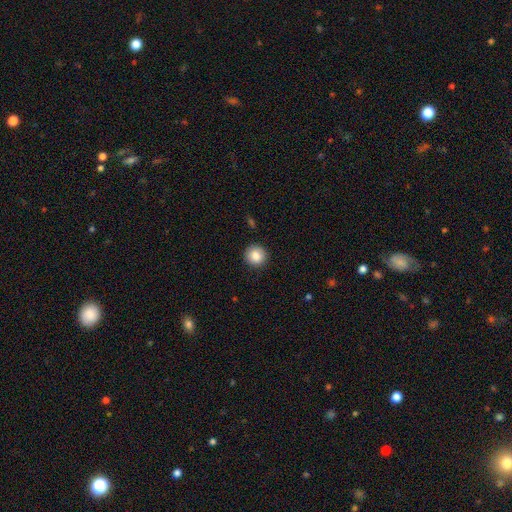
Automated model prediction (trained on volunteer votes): Smooth or featured: smooth — 86% (star or artifact — 8%)
How rounded: round — 94% (in between — 6%)
Merging: none — 91% (minor disturbance — 6%)